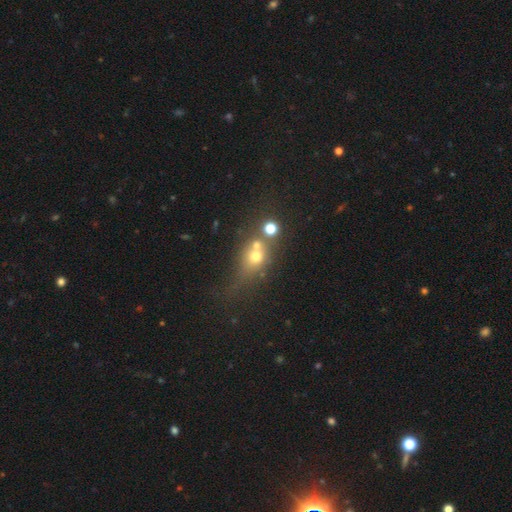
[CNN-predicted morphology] This appears to be a smooth galaxy with no disk features (53%) that is round (58%). Merging: merger (40%).